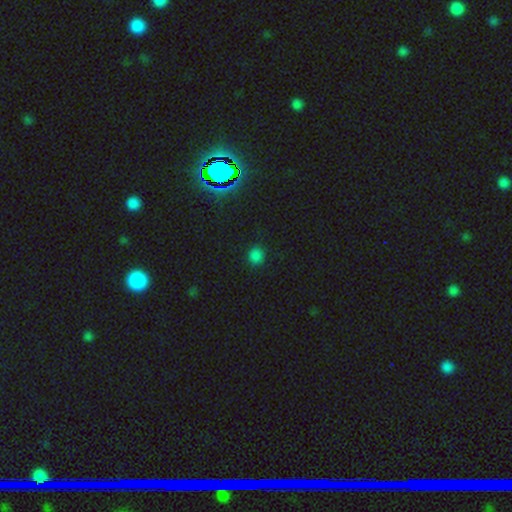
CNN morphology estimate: Smooth or featured? smooth (77%)
How rounded? round (83%)
Merging? none (87%)